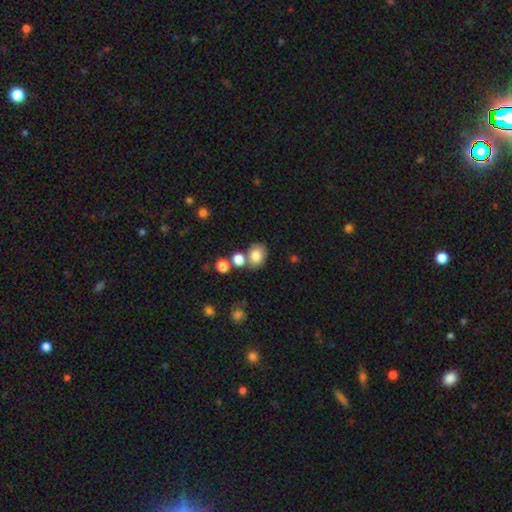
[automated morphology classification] A smooth galaxy with no disk features (80%) that is in between round and cigar-shaped (50%).

Vote fractions:
- Smooth or featured? smooth: 80% / star or artifact: 10% / featured or disk: 10%
- How rounded? in between: 50% / round: 49% / cigar-shaped: 1%
- Merging? none: 57% / merger: 24% / minor disturbance: 14% / major disturbance: 5%